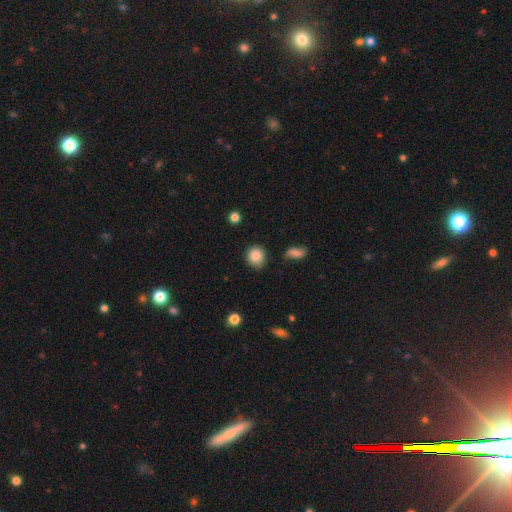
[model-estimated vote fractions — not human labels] Smooth or featured?
  - smooth: 85% *
  - star or artifact: 9%
  - featured or disk: 6%
How rounded?
  - round: 85% *
  - in between: 14%
  - cigar-shaped: 1%
Merging?
  - none: 84% *
  - minor disturbance: 11%
  - major disturbance: 3%
  - merger: 2%